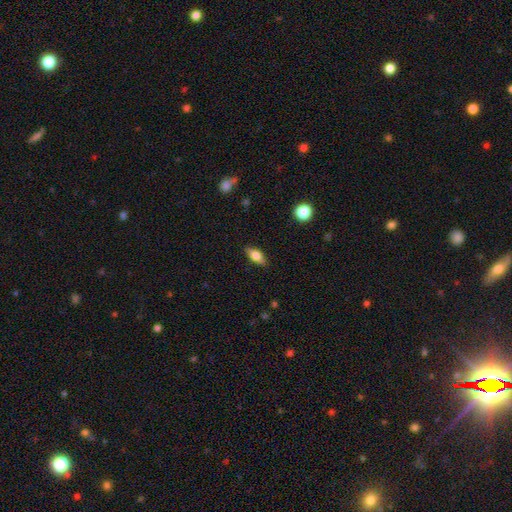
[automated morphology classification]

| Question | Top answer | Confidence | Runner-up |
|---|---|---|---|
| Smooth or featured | smooth | 61% | featured or disk (31%) |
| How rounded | in between | 72% | cigar-shaped (23%) |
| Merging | none | 85% | minor disturbance (11%) |